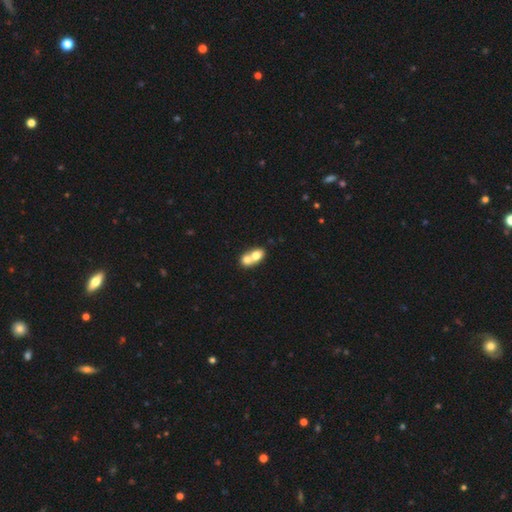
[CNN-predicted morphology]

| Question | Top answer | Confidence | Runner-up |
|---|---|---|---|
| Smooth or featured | smooth | 70% | featured or disk (22%) |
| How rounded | in between | 61% | round (38%) |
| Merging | merger | 73% | none (20%) |